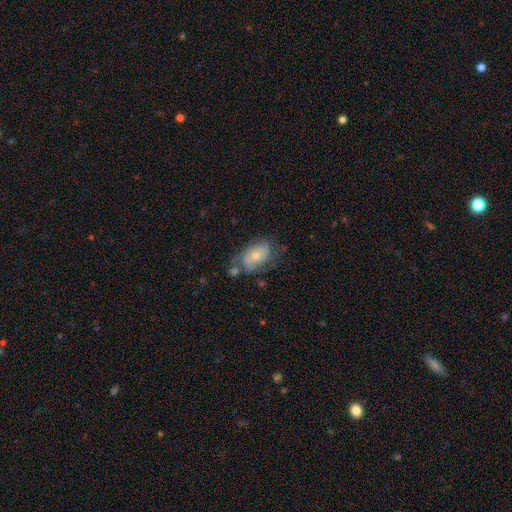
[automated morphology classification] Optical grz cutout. It shows a featured or disk galaxy (55%) with no bar (78%), spiral arms (66%) and a moderate central bulge (57%). Merging: none (52%).